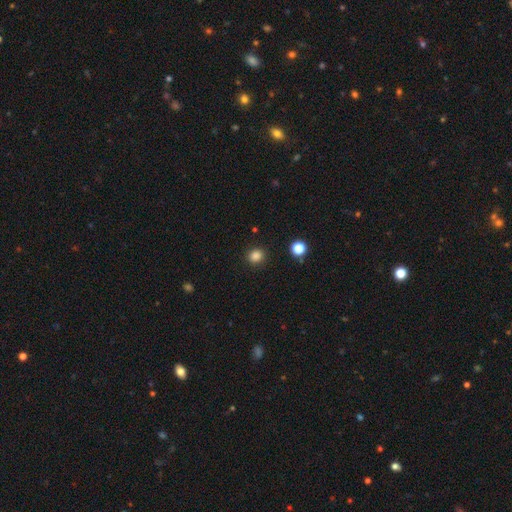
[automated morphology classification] Smooth or featured? smooth (84%)
How rounded? round (78%)
Merging? none (90%)